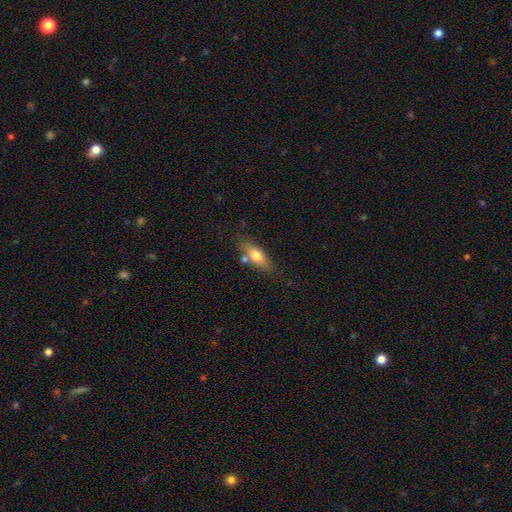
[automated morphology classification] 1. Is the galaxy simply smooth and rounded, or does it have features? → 70% smooth, 23% featured or disk, 6% star or artifact.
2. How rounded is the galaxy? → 66% in between, 30% cigar-shaped, 4% round.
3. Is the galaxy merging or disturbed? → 67% none, 16% minor disturbance, 14% merger, 4% major disturbance.